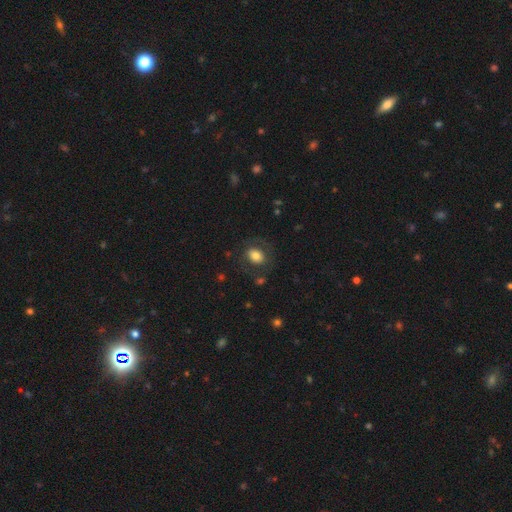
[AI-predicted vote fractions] Smooth or featured: smooth — 73% (featured or disk — 18%)
How rounded: in between — 60% (round — 39%)
Merging: none — 73% (minor disturbance — 14%)